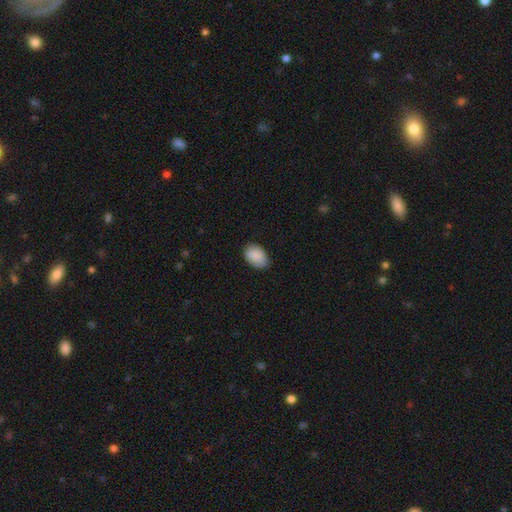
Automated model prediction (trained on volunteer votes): smooth 90%, star or artifact 6%, featured or disk 4%. Down the decision tree: how rounded — in between (89%); merging — none (79%).